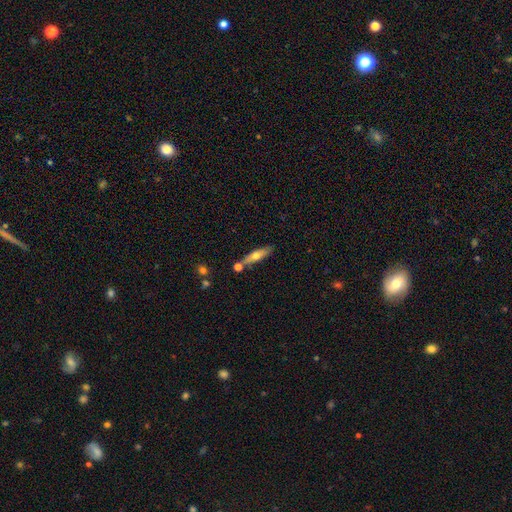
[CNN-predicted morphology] Overall: smooth (55%; featured or disk 39%). How rounded: cigar-shaped (74%). Merging: none (71%).